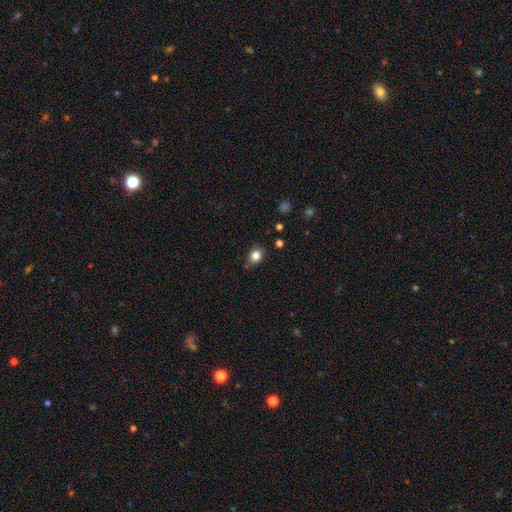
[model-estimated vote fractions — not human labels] Smooth or featured: smooth — 82% (star or artifact — 11%)
How rounded: round — 51% (in between — 47%)
Merging: none — 77% (minor disturbance — 18%)